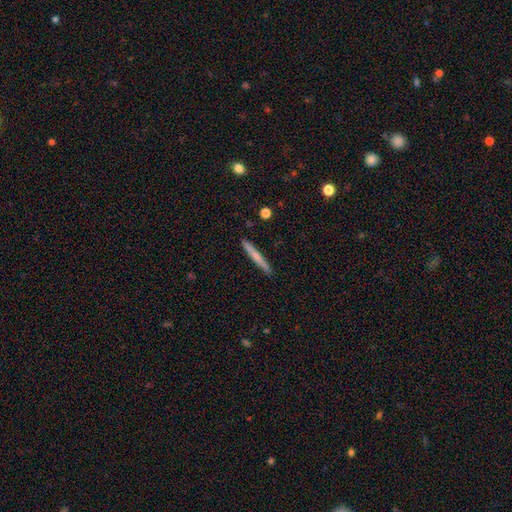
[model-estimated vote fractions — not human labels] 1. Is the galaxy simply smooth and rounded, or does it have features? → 62% smooth, 32% featured or disk, 6% star or artifact.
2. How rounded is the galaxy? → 96% cigar-shaped, 2% in between, 1% round.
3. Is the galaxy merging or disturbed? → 92% none, 6% minor disturbance, 1% major disturbance, 1% merger.